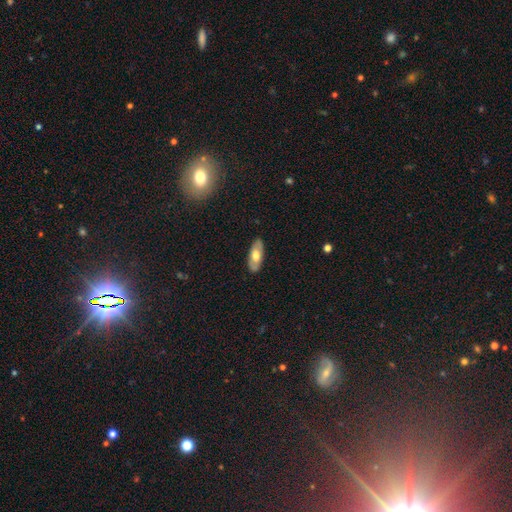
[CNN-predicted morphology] Smooth or featured? smooth (61%)
How rounded? in between (80%)
Merging? none (87%)